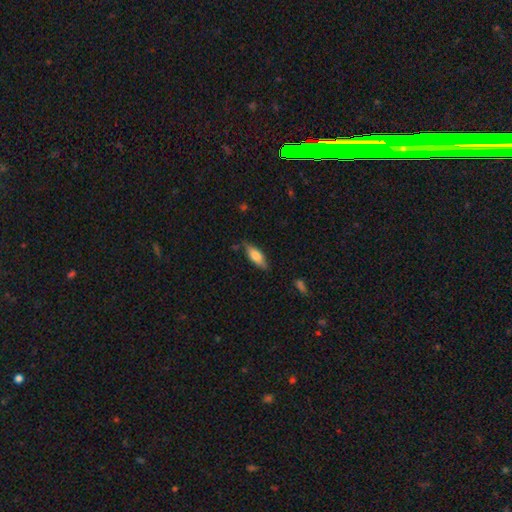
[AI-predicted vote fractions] This is likely a smooth galaxy (69%). How rounded: likely in between (64%). Merging: likely none (75%).